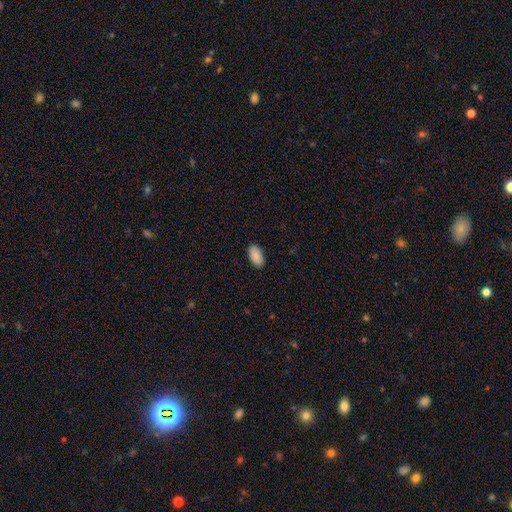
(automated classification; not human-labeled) The model was most divided on "merging": none: 88%, minor disturbance: 9%, major disturbance: 2%, merger: 1%. More confident: how rounded — in between (95%); smooth or featured — smooth (90%).